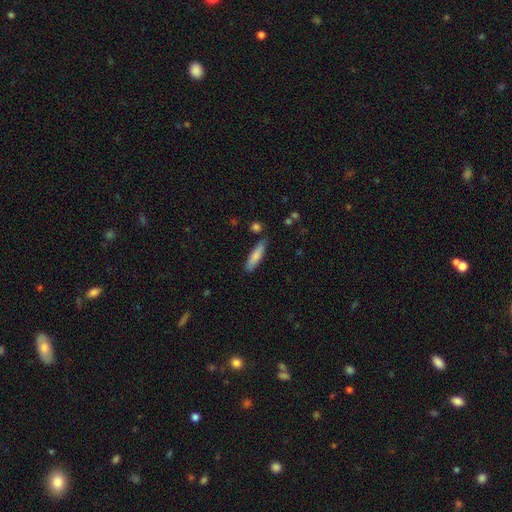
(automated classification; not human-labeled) smooth_or_featured: smooth (p=0.79) [alt: featured or disk p=0.15]
how_rounded: cigar-shaped (p=0.74) [alt: in between p=0.25]
merging: none (p=0.80) [alt: minor disturbance p=0.14]